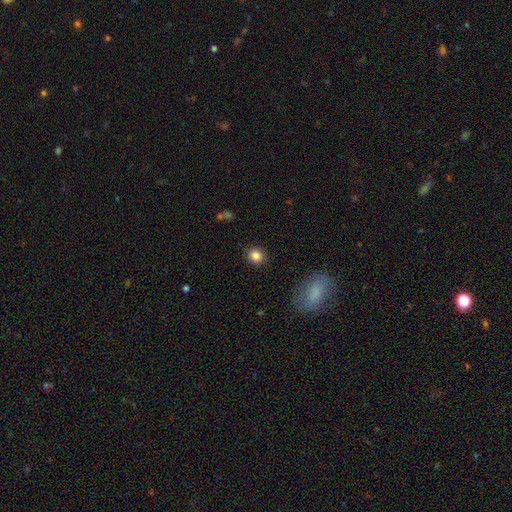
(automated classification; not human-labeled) The model was most divided on "how rounded": round: 78%, in between: 21%, cigar-shaped: 1%. More confident: merging — none (90%); smooth or featured — smooth (85%).